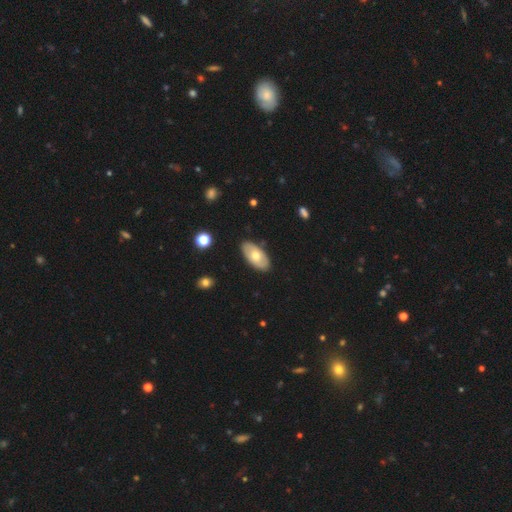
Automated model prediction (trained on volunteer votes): Smooth or featured? smooth (54%)
How rounded? in between (93%)
Merging? none (85%)